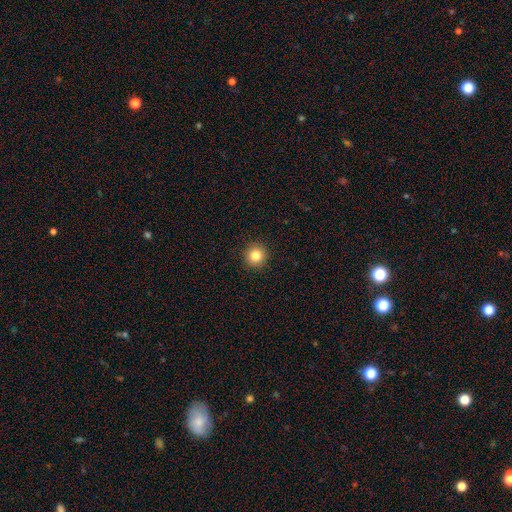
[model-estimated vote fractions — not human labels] This appears to be a smooth galaxy with no disk features (84%) that is round (94%). Merging: none (93%).